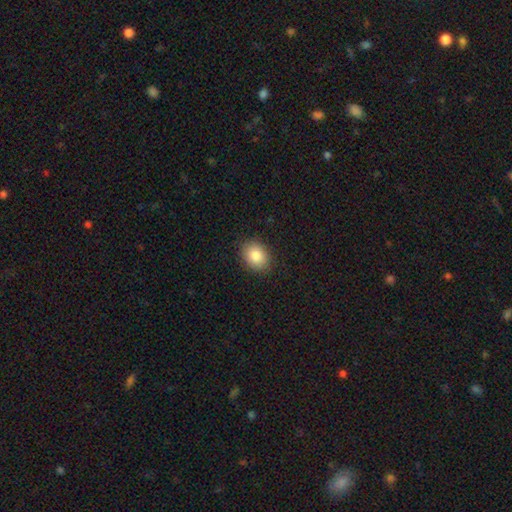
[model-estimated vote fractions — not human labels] Smooth or featured? smooth (85%)
How rounded? in between (50%)
Merging? none (88%)